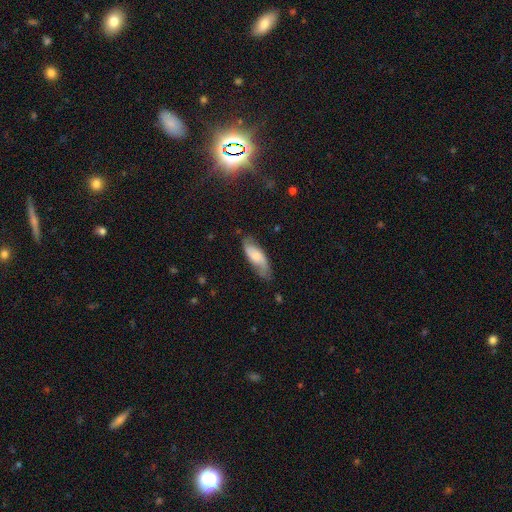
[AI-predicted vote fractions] This appears to be a smooth galaxy with no disk features (50%) that is in between round and cigar-shaped (68%). Merging: none (66%).